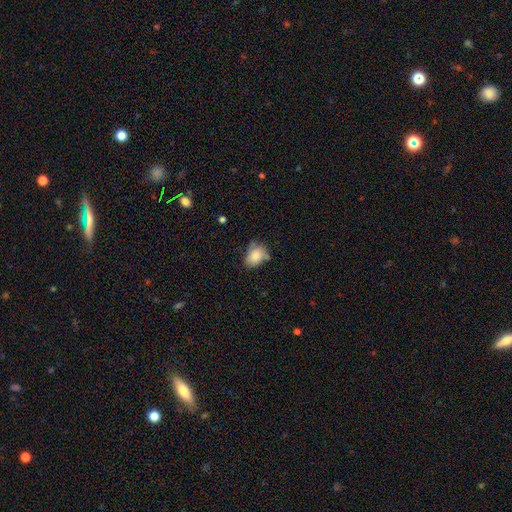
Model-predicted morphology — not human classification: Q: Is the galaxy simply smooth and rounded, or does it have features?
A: smooth — 83%.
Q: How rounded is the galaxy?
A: in between — 68%.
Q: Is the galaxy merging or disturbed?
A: none — 53%.